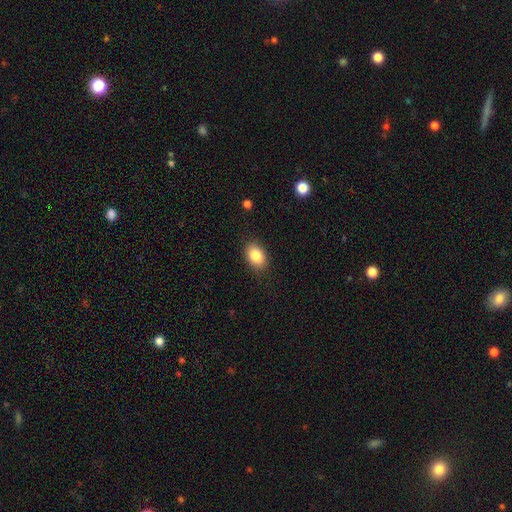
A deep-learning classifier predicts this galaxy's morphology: Smooth or featured: smooth — 86% (star or artifact — 8%)
How rounded: in between — 83% (round — 16%)
Merging: none — 86% (minor disturbance — 10%)